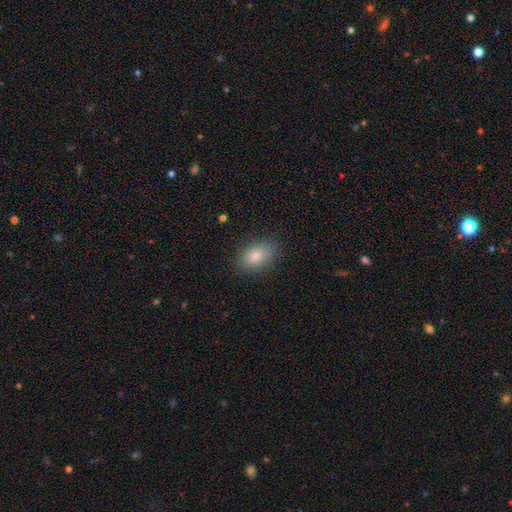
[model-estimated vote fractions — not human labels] Smooth or featured: smooth — 85% (star or artifact — 8%)
How rounded: in between — 87% (round — 11%)
Merging: none — 84% (minor disturbance — 12%)